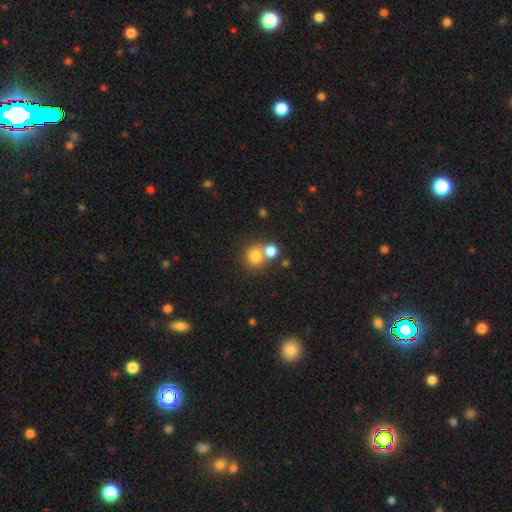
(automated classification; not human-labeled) Morphology: type=smooth (80%); roundness=round (84%); merging=none (51%).